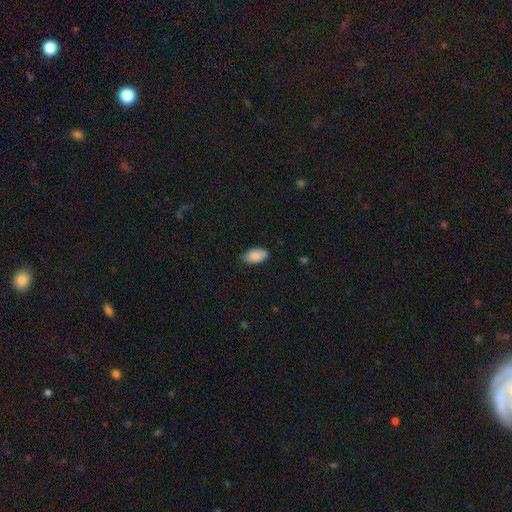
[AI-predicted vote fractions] Smooth or featured?
  - smooth: 87% *
  - star or artifact: 7%
  - featured or disk: 7%
How rounded?
  - in between: 94% *
  - round: 4%
  - cigar-shaped: 2%
Merging?
  - none: 74% *
  - minor disturbance: 22%
  - major disturbance: 3%
  - merger: 1%